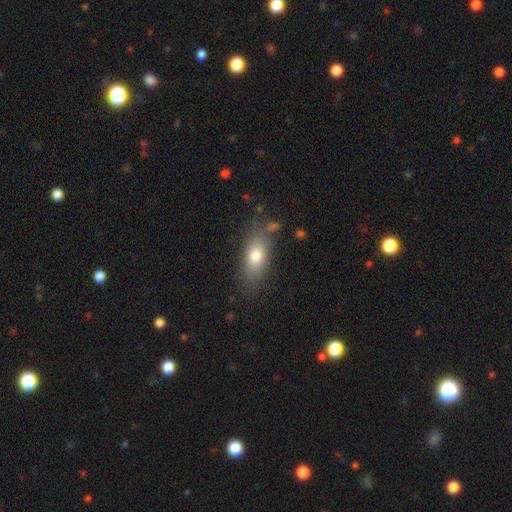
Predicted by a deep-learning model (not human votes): smooth_or_featured: smooth (p=0.75) [alt: featured or disk p=0.16]
how_rounded: in between (p=0.80) [alt: cigar-shaped p=0.14]
merging: none (p=0.75) [alt: minor disturbance p=0.16]